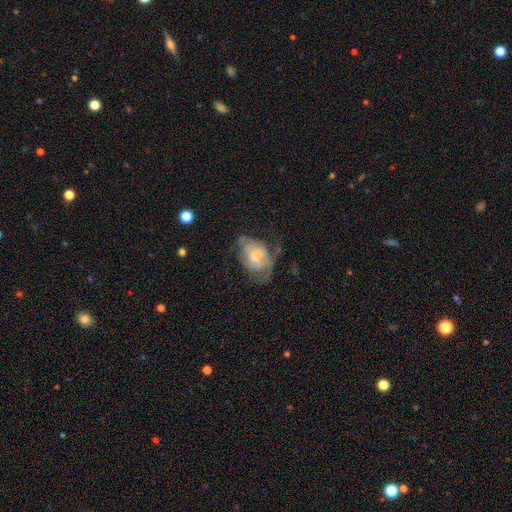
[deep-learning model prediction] Q: Smooth or featured?
A: featured or disk (52%); runner-up: smooth (40%)
Q: Edge-on disk?
A: no (95%); runner-up: yes (5%)
Q: Bar?
A: no (71%); runner-up: weak (25%)
Q: Spiral arms?
A: yes (60%); runner-up: no (40%)
Q: Bulge size?
A: moderate (51%); runner-up: small (34%)
Q: Merging?
A: none (36%); runner-up: major disturbance (32%)